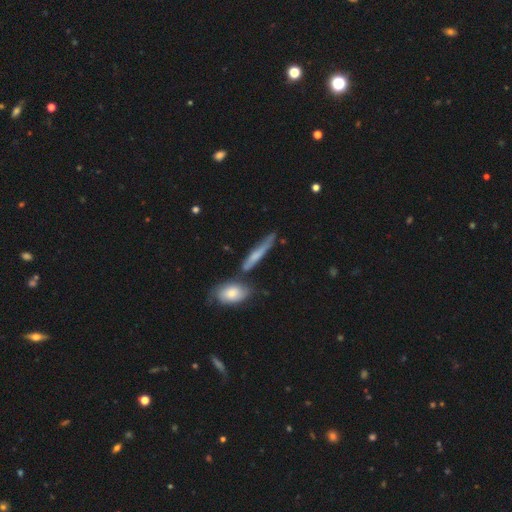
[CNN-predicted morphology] This is possibly a smooth galaxy (52%). How rounded: clearly cigar-shaped (84%). Merging: possibly none (60%).